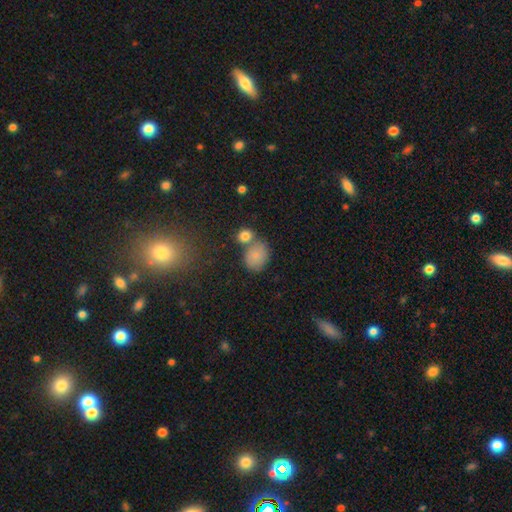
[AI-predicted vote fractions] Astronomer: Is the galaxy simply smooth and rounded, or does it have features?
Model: smooth — 80%.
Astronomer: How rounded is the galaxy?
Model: round — 49%, tied with in between at 49%.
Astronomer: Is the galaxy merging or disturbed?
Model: none — 54%.